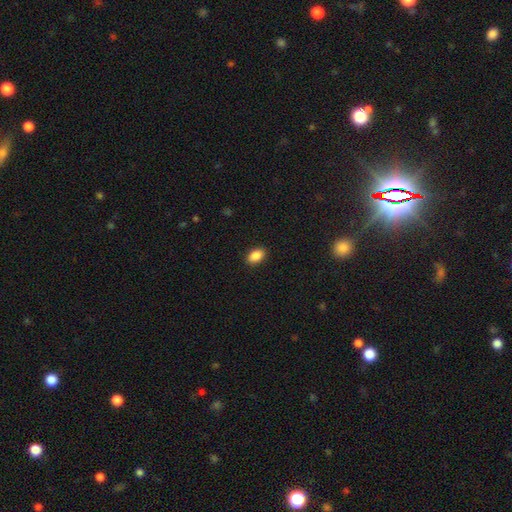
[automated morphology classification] type=smooth (89%); roundness=in between (86%); merging=none (90%).